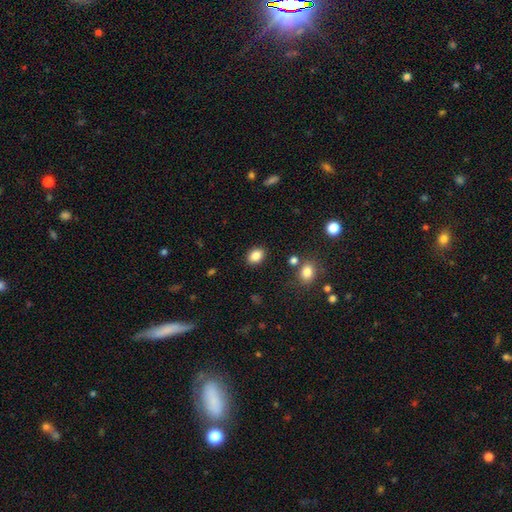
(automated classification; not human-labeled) smooth_or_featured: smooth (p=0.86) [alt: star or artifact p=0.09]
how_rounded: in between (p=0.74) [alt: round p=0.25]
merging: none (p=0.86) [alt: minor disturbance p=0.09]